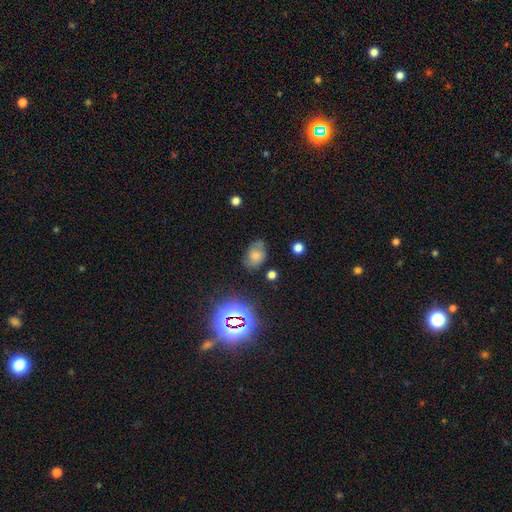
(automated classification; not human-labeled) A smooth galaxy with no disk features (64%) that is in between round and cigar-shaped (74%).

Vote fractions:
- Smooth or featured? smooth: 64% / star or artifact: 18% / featured or disk: 18%
- How rounded? in between: 74% / round: 24% / cigar-shaped: 1%
- Merging? none: 64% / minor disturbance: 24% / major disturbance: 8% / merger: 4%